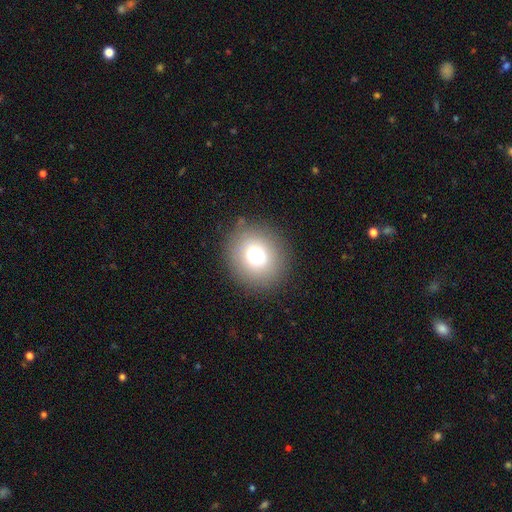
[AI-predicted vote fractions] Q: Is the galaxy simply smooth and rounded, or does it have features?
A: smooth — 72%.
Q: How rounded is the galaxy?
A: round — 83%.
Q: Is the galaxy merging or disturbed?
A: none — 85%.